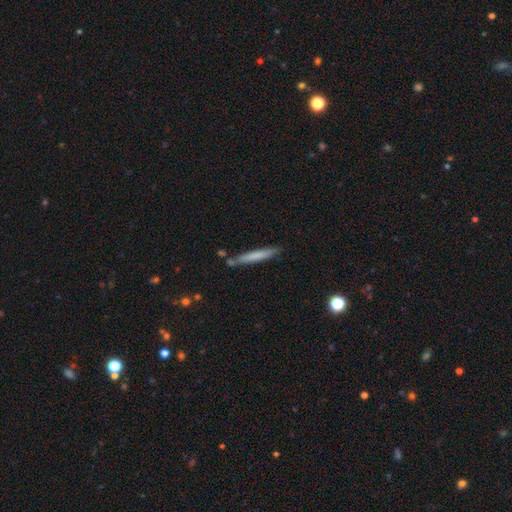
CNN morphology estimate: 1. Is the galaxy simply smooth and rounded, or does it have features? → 69% smooth, 25% featured or disk, 6% star or artifact.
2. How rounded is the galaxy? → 95% cigar-shaped, 4% in between, 1% round.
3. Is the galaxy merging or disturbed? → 78% none, 13% minor disturbance, 6% merger, 3% major disturbance.